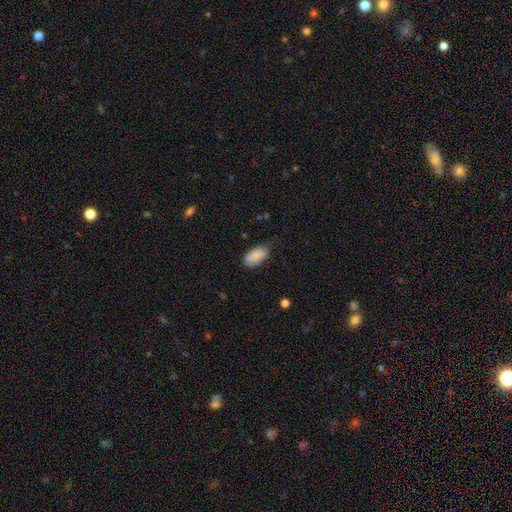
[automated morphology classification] type=smooth (87%); roundness=in between (93%); merging=none (63%).